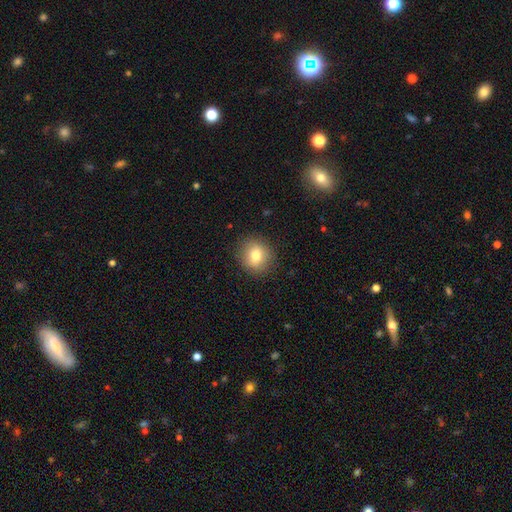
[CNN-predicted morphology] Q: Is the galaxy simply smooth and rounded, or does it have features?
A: smooth — 77%.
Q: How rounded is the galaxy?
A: round — 80%.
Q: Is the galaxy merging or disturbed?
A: none — 89%.